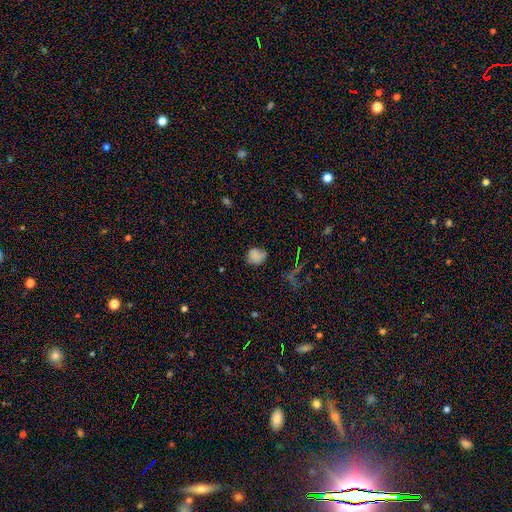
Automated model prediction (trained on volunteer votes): smooth-or-featured: smooth: 77% | star or artifact: 13% | featured or disk: 10%
  how-rounded: round: 77% | in between: 22% | cigar-shaped: 1%
  merging: none: 62% | minor disturbance: 26% | major disturbance: 9% | merger: 3%